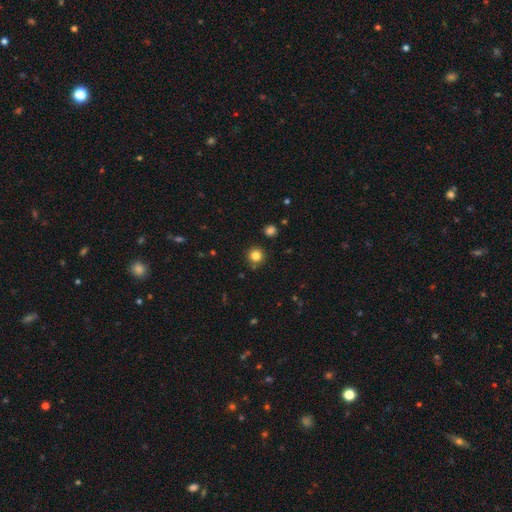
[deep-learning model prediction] Q: Smooth or featured?
A: smooth (83%); runner-up: star or artifact (12%)
Q: How rounded?
A: round (94%); runner-up: in between (5%)
Q: Merging?
A: none (88%); runner-up: minor disturbance (7%)